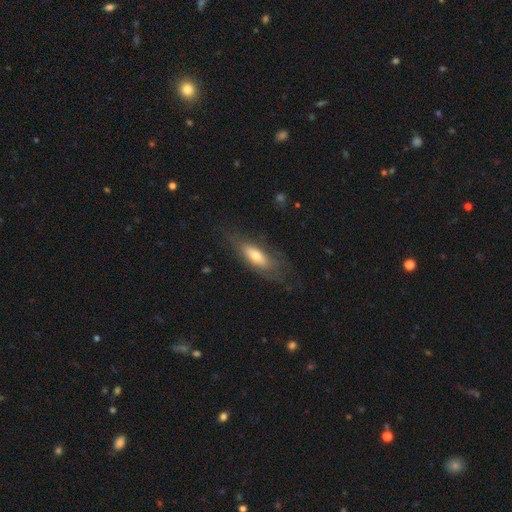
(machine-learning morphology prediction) Q: Smooth or featured?
A: smooth (56%); runner-up: featured or disk (37%)
Q: How rounded?
A: in between (66%); runner-up: cigar-shaped (31%)
Q: Merging?
A: none (66%); runner-up: minor disturbance (21%)